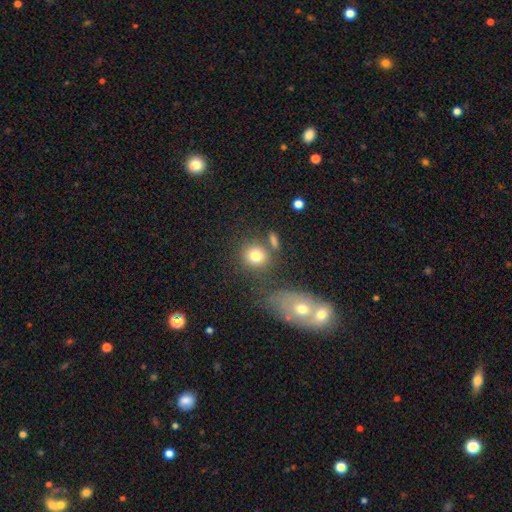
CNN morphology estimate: A smooth galaxy with no disk features (78%) that is round (82%).

Vote fractions:
- Smooth or featured? smooth: 78% / star or artifact: 11% / featured or disk: 10%
- How rounded? round: 82% / in between: 16% / cigar-shaped: 1%
- Merging? none: 66% / merger: 16% / minor disturbance: 12% / major disturbance: 6%